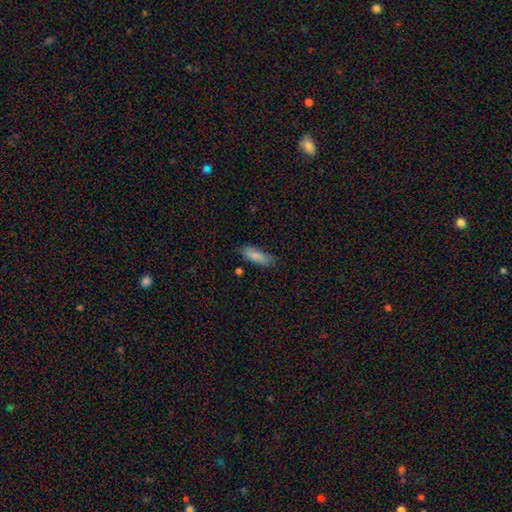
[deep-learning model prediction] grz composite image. It shows a smooth galaxy with no disk features (83%) that is in between round and cigar-shaped (68%). Merging: none (75%).